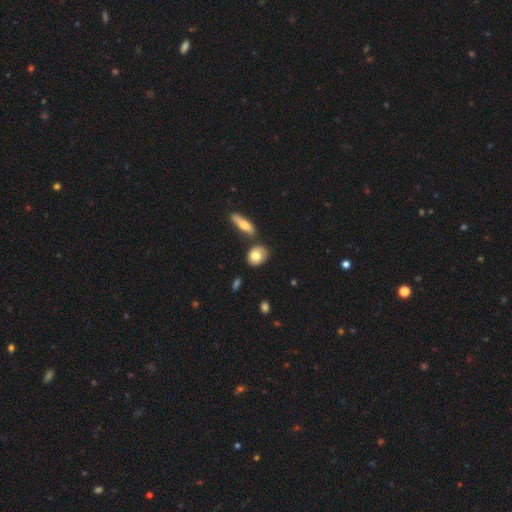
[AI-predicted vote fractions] Smooth or featured? smooth (74%)
How rounded? in between (56%)
Merging? none (68%)